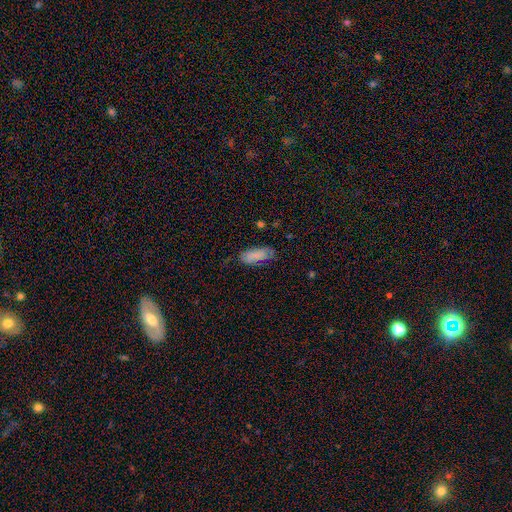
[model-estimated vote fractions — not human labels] Q: Smooth or featured?
A: smooth (81%); runner-up: featured or disk (11%)
Q: How rounded?
A: in between (78%); runner-up: cigar-shaped (20%)
Q: Merging?
A: none (68%); runner-up: minor disturbance (24%)